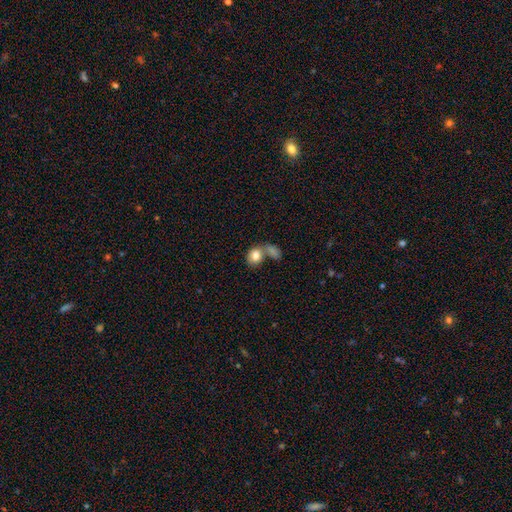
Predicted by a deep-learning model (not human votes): This is clearly a smooth galaxy (82%). How rounded: possibly round (50%). Merging: possibly merger (48%).